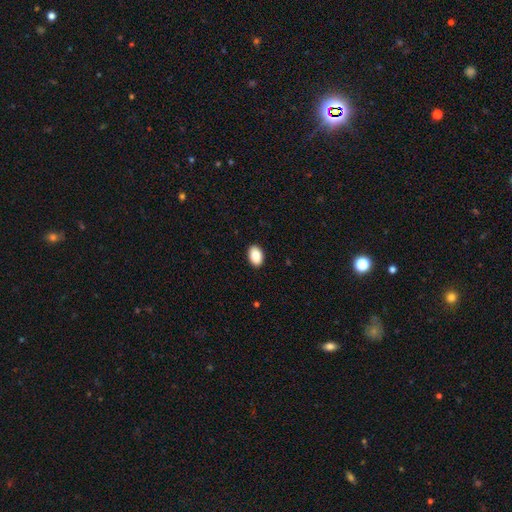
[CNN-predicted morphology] smooth-or-featured: smooth: 91% | star or artifact: 7% | featured or disk: 3%
  how-rounded: in between: 89% | round: 10% | cigar-shaped: 1%
  merging: none: 90% | minor disturbance: 7% | major disturbance: 2% | merger: 1%